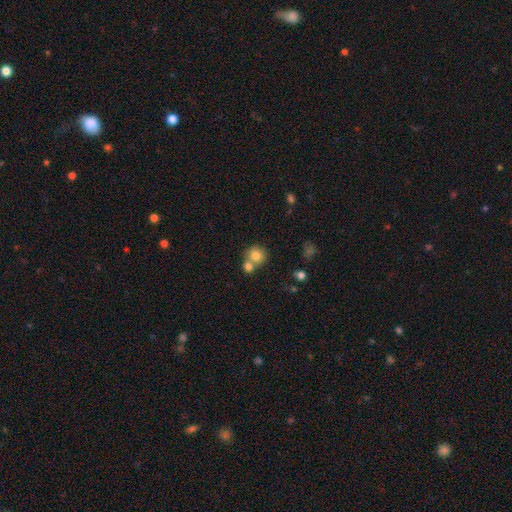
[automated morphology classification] smooth 80%, star or artifact 10%, featured or disk 10%. Down the decision tree: how rounded — round (86%); merging — none (47%).